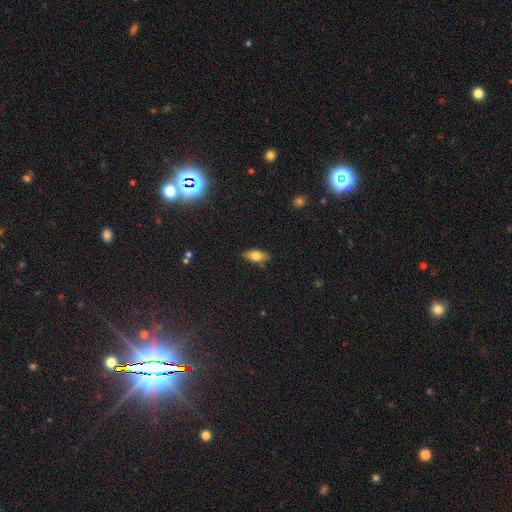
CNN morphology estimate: The model was most divided on "smooth or featured": smooth: 73%, featured or disk: 18%, star or artifact: 9%. More confident: merging — none (83%); how rounded — in between (82%).